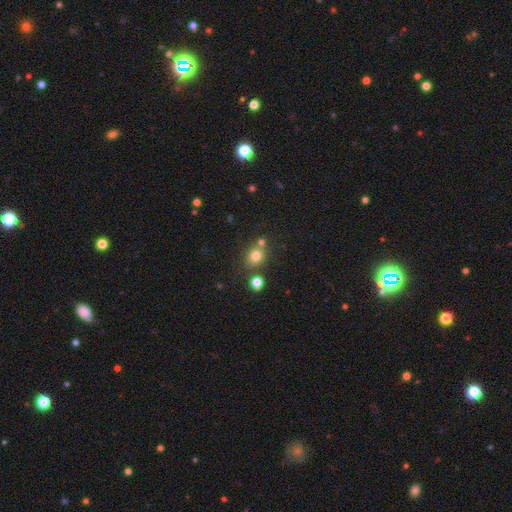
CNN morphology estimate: Smooth or featured? smooth (77%)
How rounded? round (70%)
Merging? none (69%)